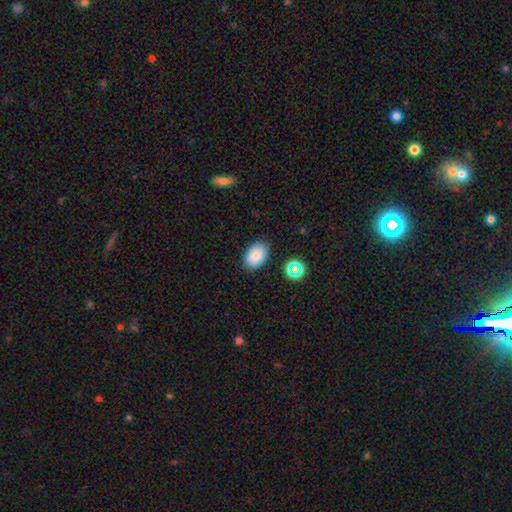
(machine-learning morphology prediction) smooth-or-featured: smooth: 84% | star or artifact: 9% | featured or disk: 6%
  how-rounded: in between: 88% | round: 11% | cigar-shaped: 1%
  merging: none: 85% | minor disturbance: 11% | major disturbance: 3% | merger: 2%